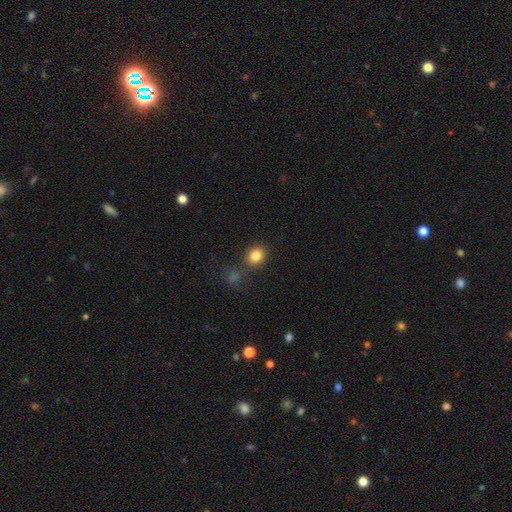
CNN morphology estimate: This is clearly a smooth galaxy (84%). How rounded: likely round (70%). Merging: likely none (77%).